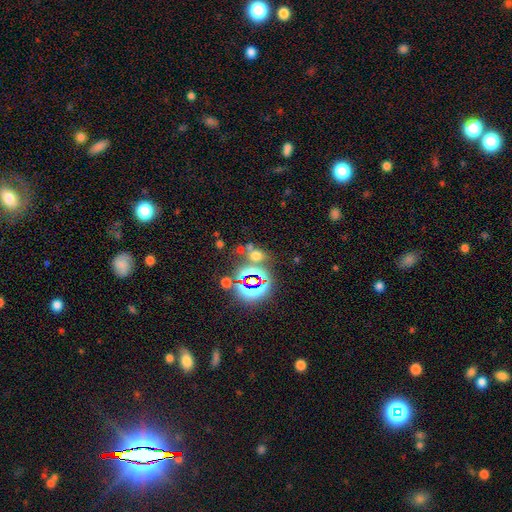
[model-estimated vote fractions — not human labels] Overall: star or artifact (46%; smooth 44%).